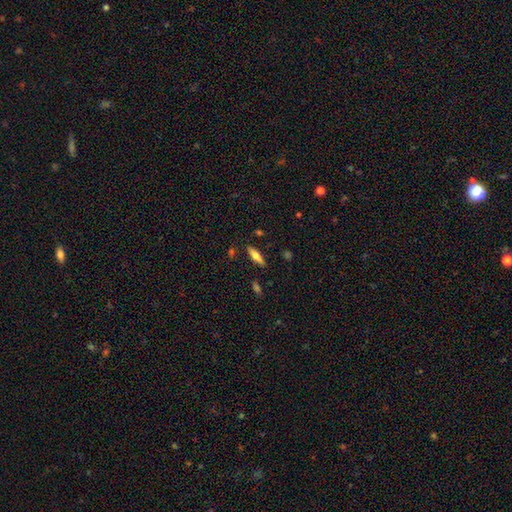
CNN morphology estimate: smooth_or_featured: smooth (p=0.61) [alt: featured or disk p=0.32]
how_rounded: cigar-shaped (p=0.53) [alt: in between p=0.44]
merging: none (p=0.86) [alt: minor disturbance p=0.10]